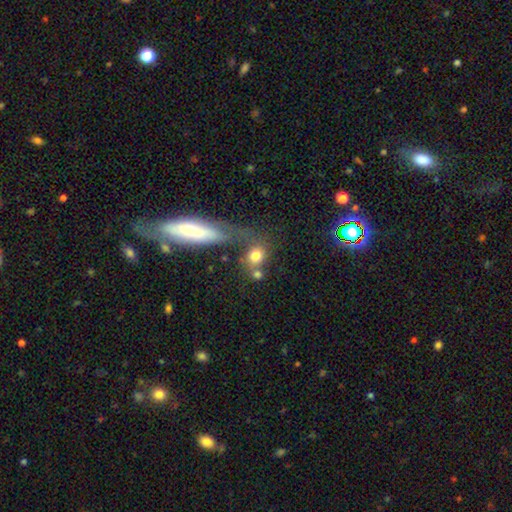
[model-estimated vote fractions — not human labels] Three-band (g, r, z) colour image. It shows a smooth galaxy with no disk features (75%) that is round (66%). Merging: none (44%).